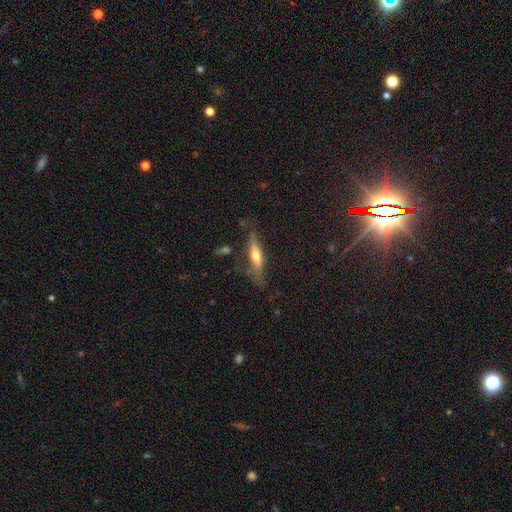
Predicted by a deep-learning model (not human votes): Smooth or featured?
  - featured or disk: 48% *
  - smooth: 44%
  - star or artifact: 7%
Merging?
  - none: 64% *
  - minor disturbance: 23%
  - major disturbance: 9%
  - merger: 4%